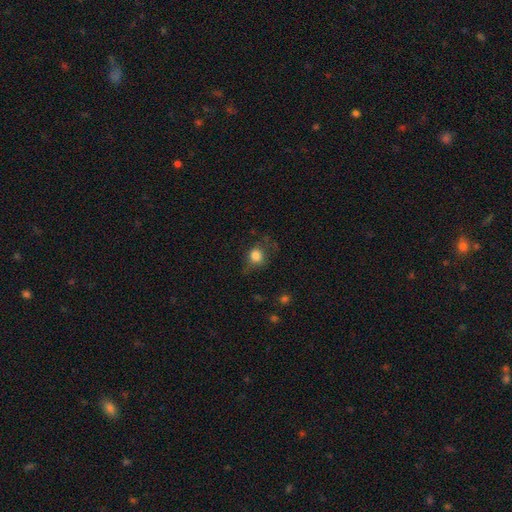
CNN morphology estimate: type=smooth (80%); roundness=round (73%); merging=none (59%).